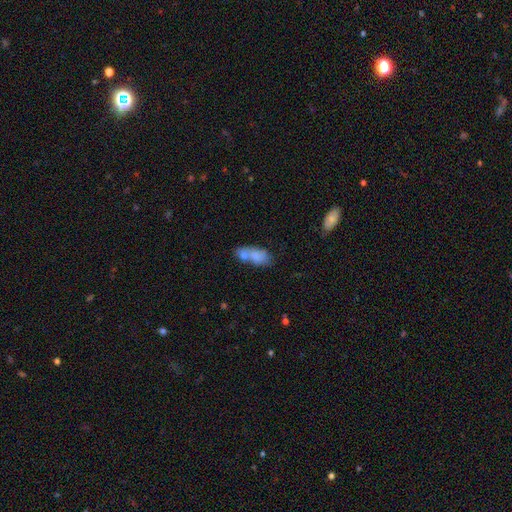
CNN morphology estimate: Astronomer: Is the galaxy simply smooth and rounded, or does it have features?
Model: smooth — 74%.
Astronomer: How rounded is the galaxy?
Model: in between — 84%.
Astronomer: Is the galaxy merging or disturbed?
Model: merger — 48% (runner-up: none, 31%).